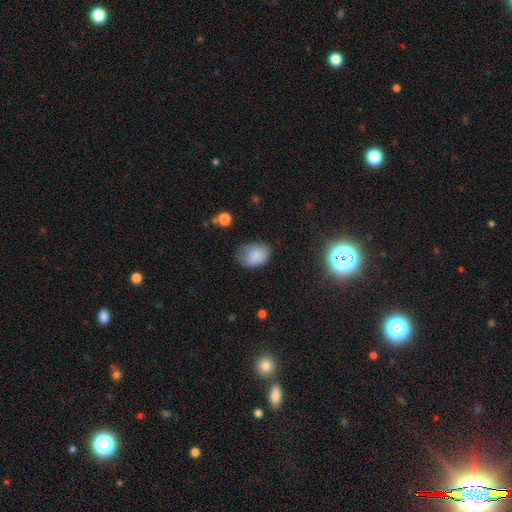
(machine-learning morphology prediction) Q: Smooth or featured?
A: smooth (82%); runner-up: star or artifact (9%)
Q: How rounded?
A: in between (75%); runner-up: round (24%)
Q: Merging?
A: none (55%); runner-up: minor disturbance (32%)